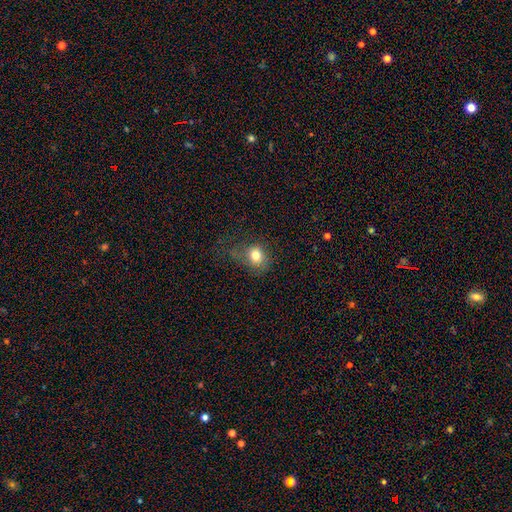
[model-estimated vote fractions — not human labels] This is likely a smooth galaxy (78%). How rounded: likely round (65%). Merging: possibly none (51%).